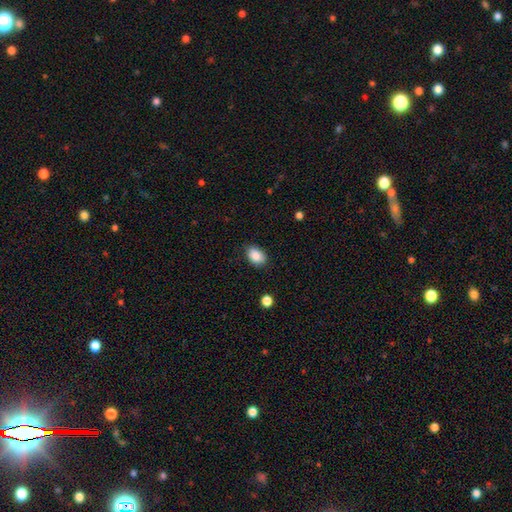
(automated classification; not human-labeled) Smooth or featured?
  - smooth: 88% *
  - star or artifact: 8%
  - featured or disk: 4%
How rounded?
  - in between: 80% *
  - round: 19%
  - cigar-shaped: 1%
Merging?
  - none: 84% *
  - minor disturbance: 12%
  - major disturbance: 3%
  - merger: 1%